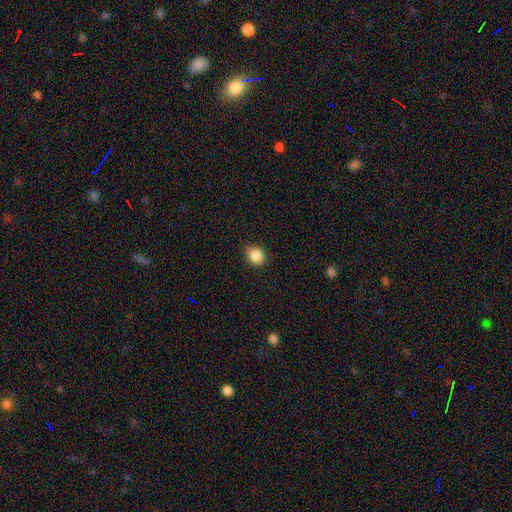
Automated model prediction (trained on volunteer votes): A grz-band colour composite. It shows a smooth galaxy with no disk features (88%) that is round (61%). Merging: none (84%).